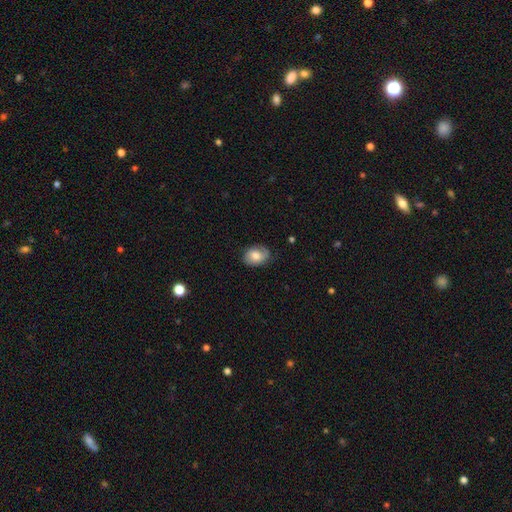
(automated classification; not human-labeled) This is possibly a smooth galaxy (59%). How rounded: likely in between (68%). Merging: likely none (73%).